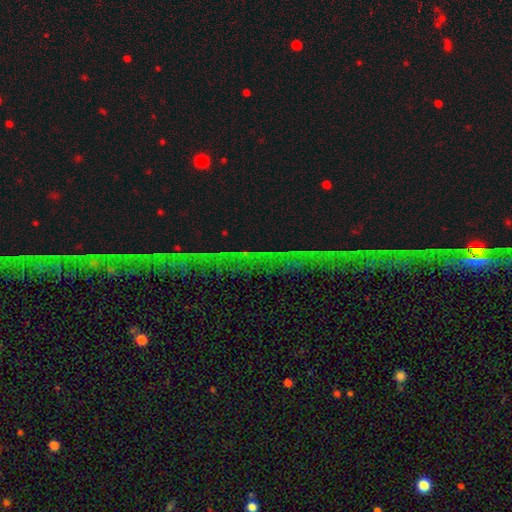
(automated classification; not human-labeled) Smooth or featured: star or artifact — 83% (featured or disk — 10%)